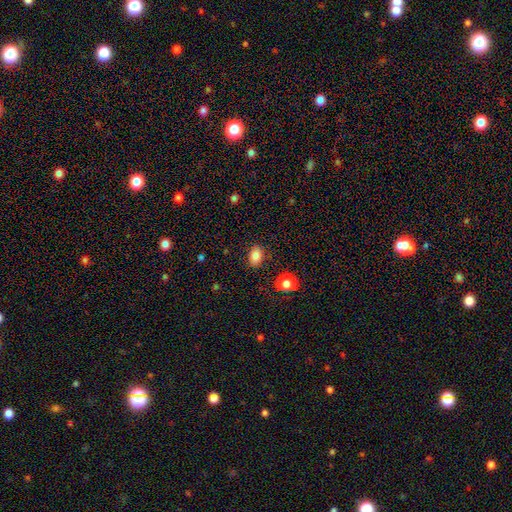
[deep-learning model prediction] Smooth or featured?
  - smooth: 84% *
  - star or artifact: 10%
  - featured or disk: 6%
How rounded?
  - in between: 81% *
  - round: 17%
  - cigar-shaped: 1%
Merging?
  - none: 85% *
  - minor disturbance: 10%
  - major disturbance: 3%
  - merger: 2%